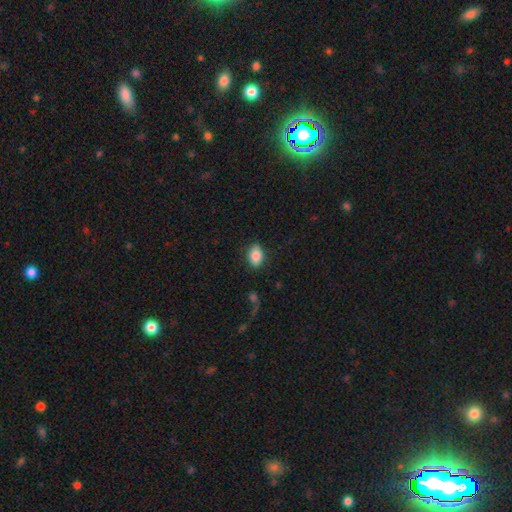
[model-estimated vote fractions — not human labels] Morphology: type=smooth (85%); roundness=in between (84%); merging=none (82%).